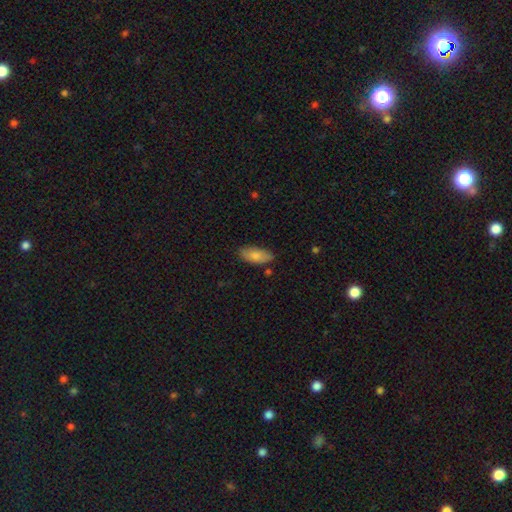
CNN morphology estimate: smooth-or-featured: smooth: 81% | featured or disk: 13% | star or artifact: 6%
  how-rounded: in between: 89% | cigar-shaped: 8% | round: 2%
  merging: none: 79% | minor disturbance: 16% | major disturbance: 3% | merger: 2%